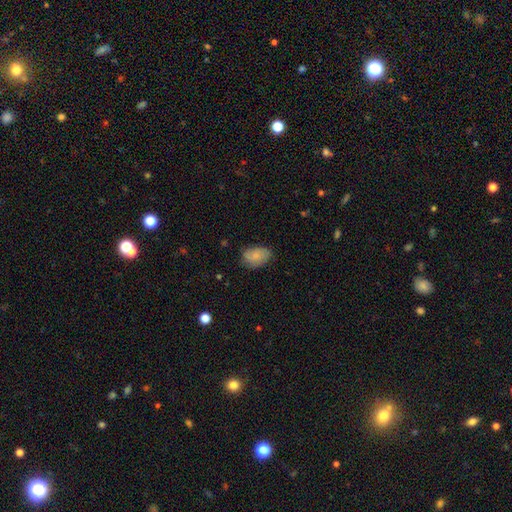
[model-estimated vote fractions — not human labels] Smooth or featured? smooth (79%)
How rounded? in between (87%)
Merging? none (65%)